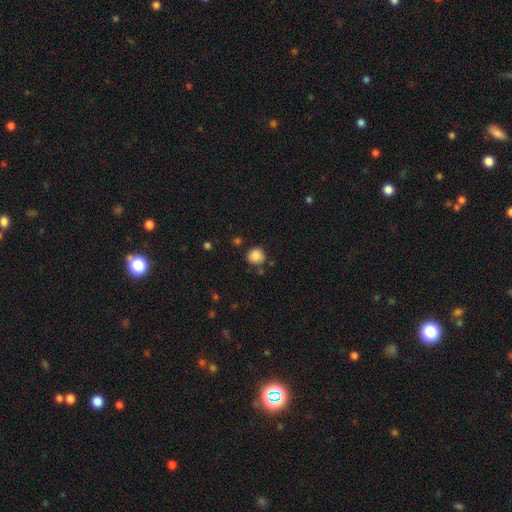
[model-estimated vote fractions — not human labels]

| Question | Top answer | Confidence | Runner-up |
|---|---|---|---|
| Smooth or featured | smooth | 87% | star or artifact (10%) |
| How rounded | round | 88% | in between (11%) |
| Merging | none | 78% | minor disturbance (13%) |